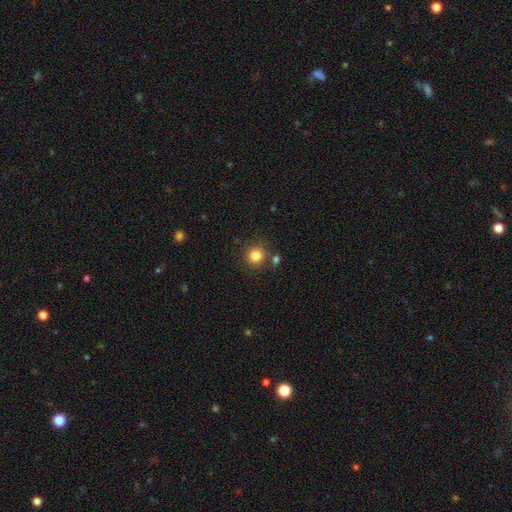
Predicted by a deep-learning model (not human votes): Smooth or featured: smooth — 83% (star or artifact — 12%)
How rounded: round — 92% (in between — 7%)
Merging: none — 81% (minor disturbance — 8%)